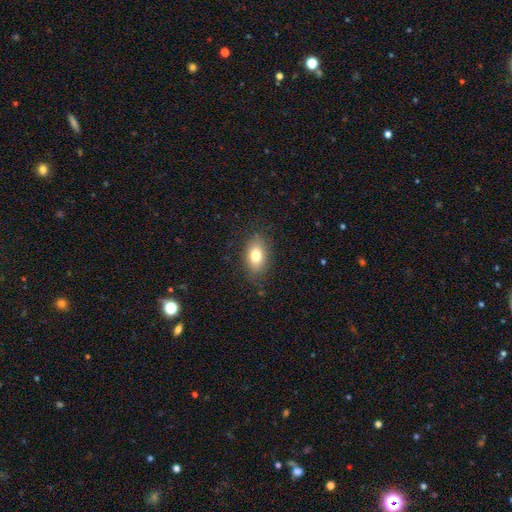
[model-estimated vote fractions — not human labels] smooth-or-featured: smooth: 79% | featured or disk: 12% | star or artifact: 8%
  how-rounded: in between: 88% | round: 9% | cigar-shaped: 3%
  merging: none: 83% | minor disturbance: 13% | major disturbance: 4% | merger: 1%